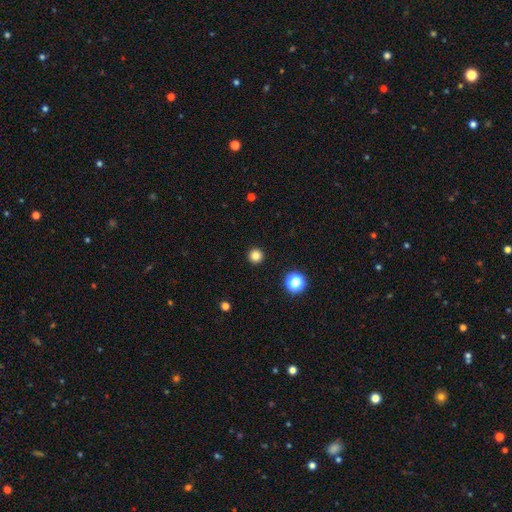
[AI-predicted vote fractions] Smooth or featured: smooth — 82% (star or artifact — 13%)
How rounded: round — 96% (in between — 3%)
Merging: none — 94% (minor disturbance — 4%)